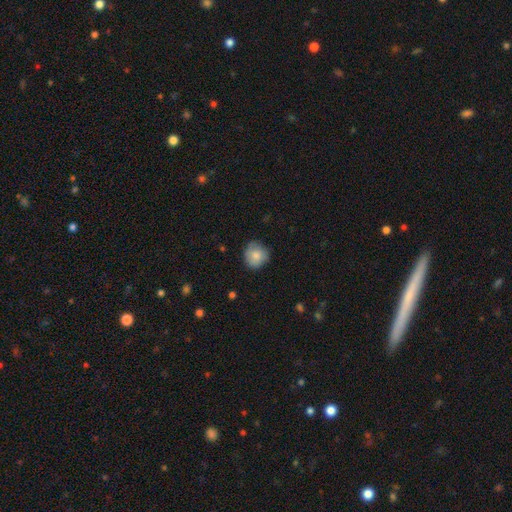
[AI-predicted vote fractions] Smooth or featured? Predicted: smooth (p=0.81). How rounded? Predicted: round (p=0.88). Merging? Predicted: none (p=0.76).